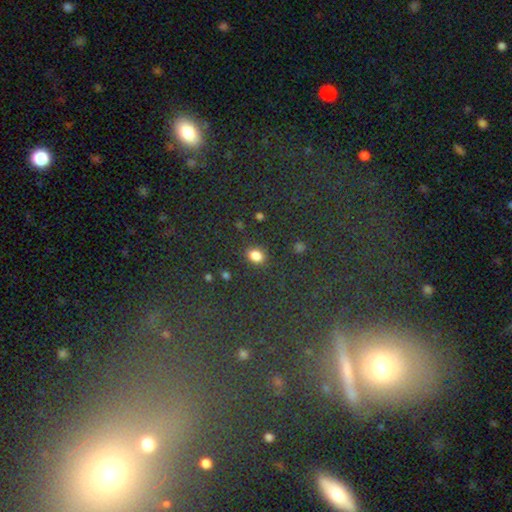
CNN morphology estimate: smooth 81%, star or artifact 14%, featured or disk 5%. Down the decision tree: how rounded — in between (57%); merging — none (84%).